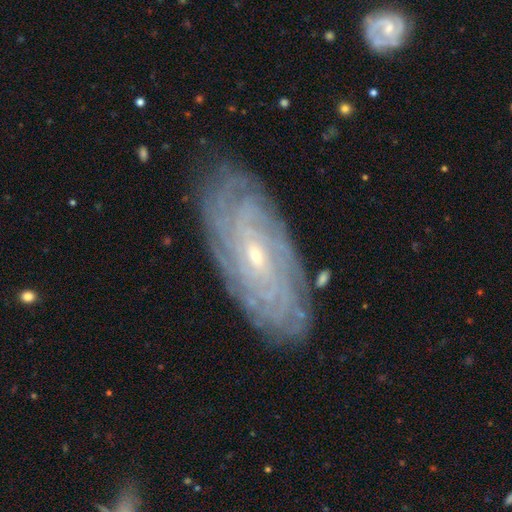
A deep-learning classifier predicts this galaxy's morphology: A featured or disk galaxy (85%) with no bar (53%), tight (83%) spiral arms (96%) and a small central bulge (74%).

Vote fractions:
- Smooth or featured? featured or disk: 85% / smooth: 8% / star or artifact: 7%
- Edge-on disk? no: 91% / yes: 9%
- Bar? no: 53% / weak: 35% / strong: 12%
- Spiral arms? yes: 96% / no: 4%
- Spiral winding? tight: 83% / medium: 14% / loose: 3%
- Spiral arm count? can't tell: 41% / more than 4: 19% / 4: 15% / 3: 10% / 2: 9% / 1: 6%
- Bulge size? small: 74% / moderate: 22% / large: 1% / none: 1% / dominant: 1%
- Merging? none: 85% / minor disturbance: 11% / major disturbance: 3% / merger: 1%